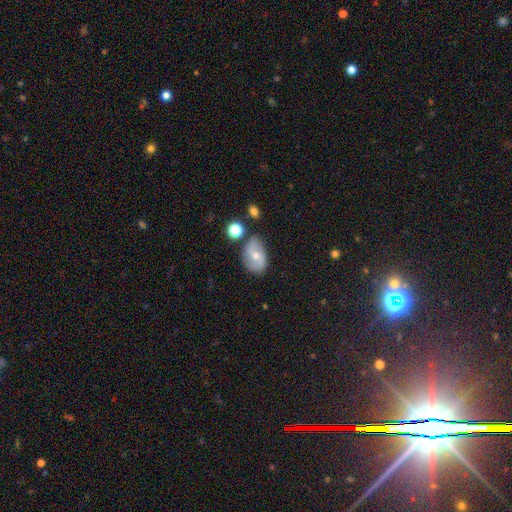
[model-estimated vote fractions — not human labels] smooth-or-featured: featured or disk: 53% | smooth: 38% | star or artifact: 9%
  disk-edge-on: no: 95% | yes: 5%
    bar: no: 51% | weak: 38% | strong: 12%
    has-spiral-arms: yes: 80% | no: 20%
    bulge-size: moderate: 49% | small: 46% | none: 2% | large: 2% | dominant: 1%
  merging: none: 68% | minor disturbance: 20% | merger: 6% | major disturbance: 6%